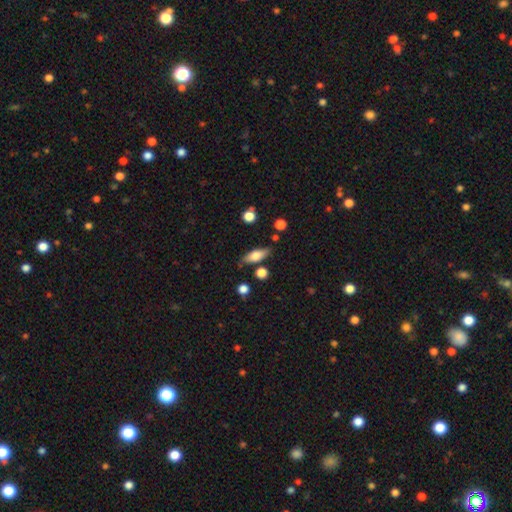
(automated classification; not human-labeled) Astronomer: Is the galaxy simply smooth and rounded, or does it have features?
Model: smooth — 70%.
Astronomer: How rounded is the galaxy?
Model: in between — 66%.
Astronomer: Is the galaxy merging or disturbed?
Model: none — 76%.